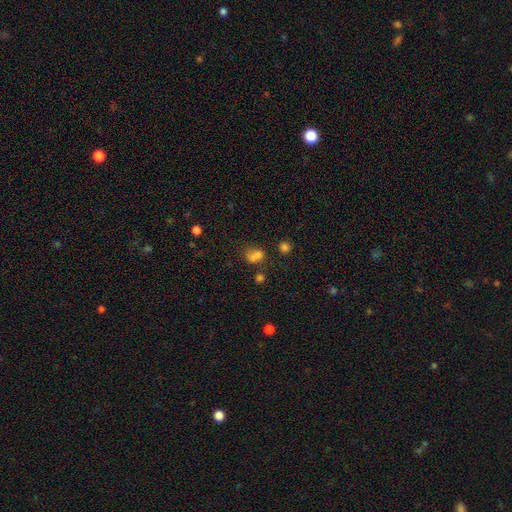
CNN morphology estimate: smooth_or_featured: smooth (p=0.69) [alt: star or artifact p=0.21]
how_rounded: in between (p=0.60) [alt: round p=0.37]
merging: none (p=0.47) [alt: merger p=0.22]